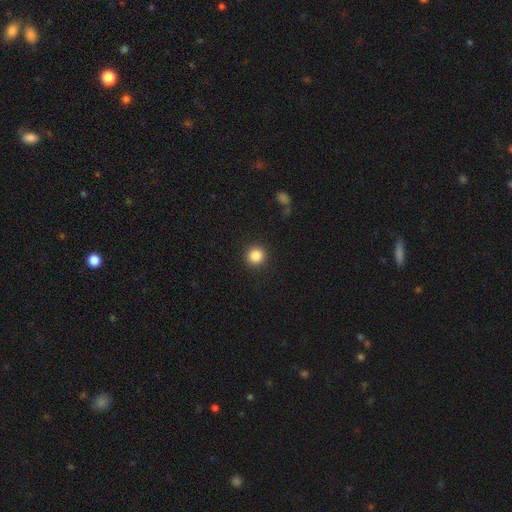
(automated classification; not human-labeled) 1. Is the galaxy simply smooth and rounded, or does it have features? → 85% smooth, 11% star or artifact, 4% featured or disk.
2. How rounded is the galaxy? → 94% round, 5% in between, 1% cigar-shaped.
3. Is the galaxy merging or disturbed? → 92% none, 5% minor disturbance, 2% major disturbance, 1% merger.